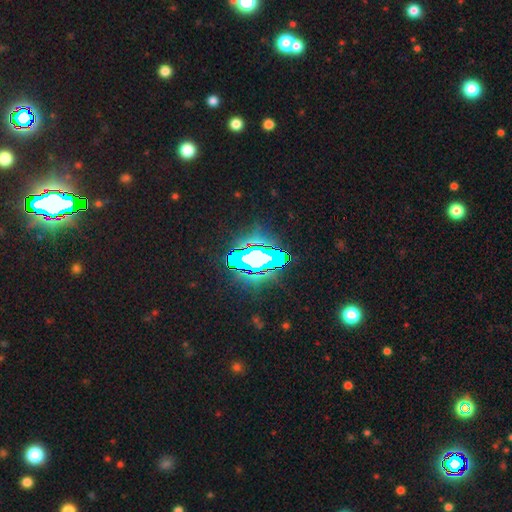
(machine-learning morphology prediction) smooth_or_featured: star or artifact (p=0.62) [alt: smooth p=0.19]